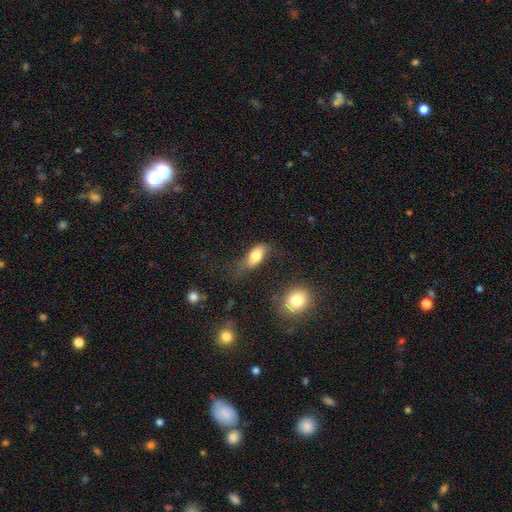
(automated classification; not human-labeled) Smooth or featured? smooth (78%)
How rounded? in between (85%)
Merging? none (51%)